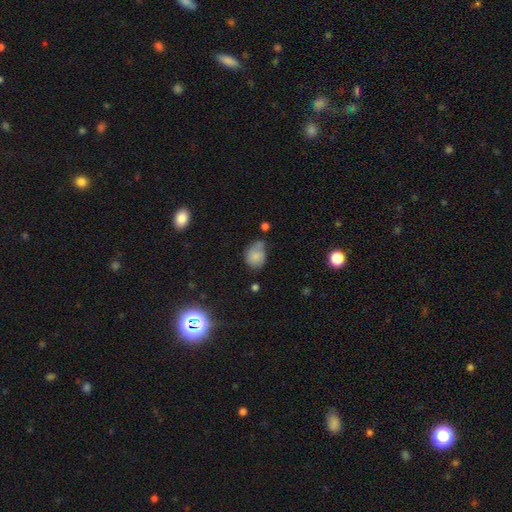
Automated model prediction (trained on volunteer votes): Q: Smooth or featured?
A: smooth (73%); runner-up: featured or disk (17%)
Q: How rounded?
A: in between (52%); runner-up: round (47%)
Q: Merging?
A: minor disturbance (38%); runner-up: none (37%)